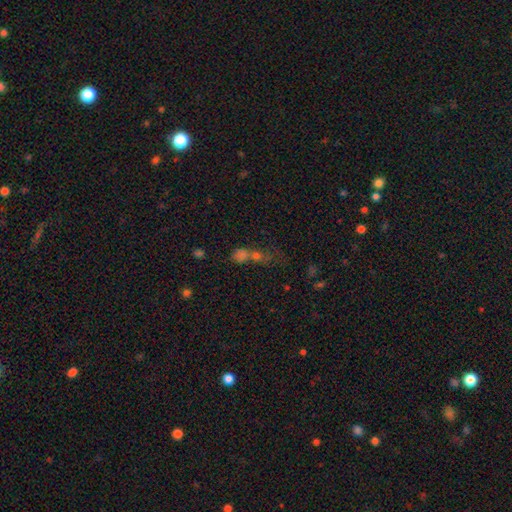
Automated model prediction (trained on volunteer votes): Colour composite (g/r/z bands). It shows a smooth galaxy with no disk features (49%). Merging: merger (49%).